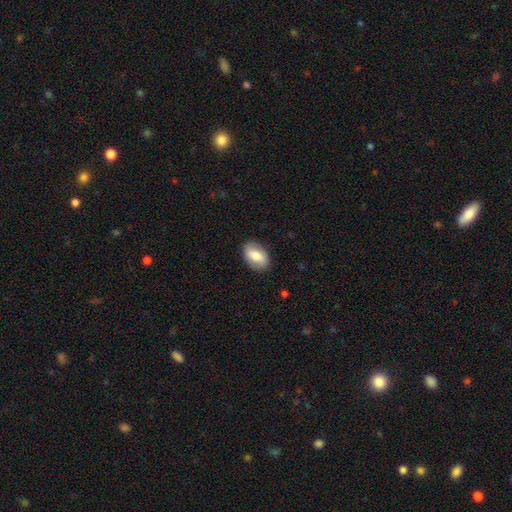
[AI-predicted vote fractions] Overall: smooth (72%). How rounded: in between (90%). Merging: none (86%).